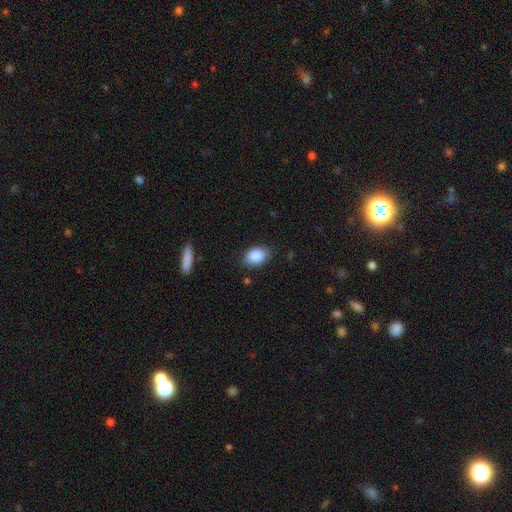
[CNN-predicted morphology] smooth 87%, star or artifact 7%, featured or disk 6%. Down the decision tree: how rounded — in between (80%); merging — none (79%).